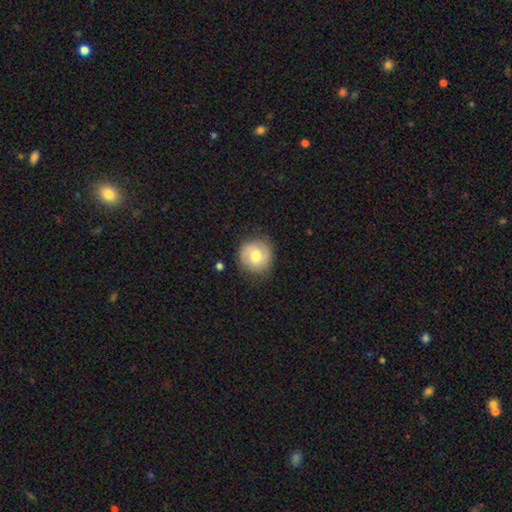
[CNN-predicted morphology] type=smooth (62%); roundness=round (91%); merging=none (82%).